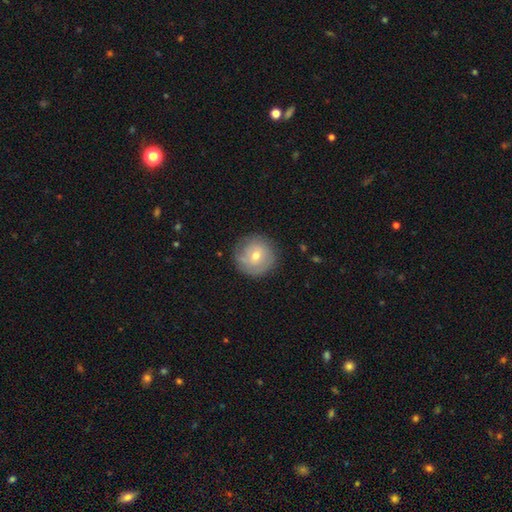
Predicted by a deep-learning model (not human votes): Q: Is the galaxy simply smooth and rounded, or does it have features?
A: featured or disk — 48%.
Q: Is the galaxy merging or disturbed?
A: none — 83%.